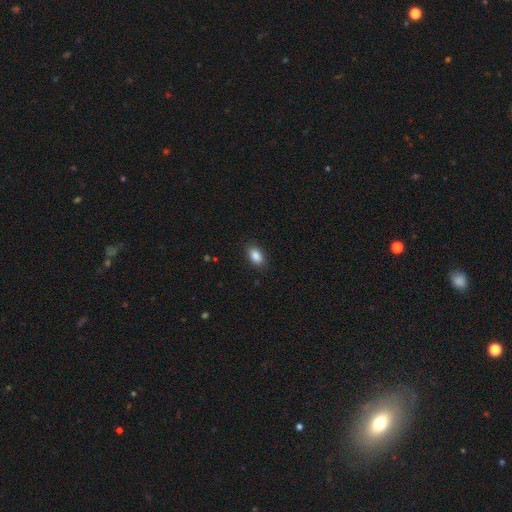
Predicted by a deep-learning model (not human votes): smooth-or-featured: smooth: 88% | star or artifact: 8% | featured or disk: 4%
  how-rounded: in between: 89% | round: 9% | cigar-shaped: 2%
  merging: none: 87% | minor disturbance: 10% | major disturbance: 3% | merger: 1%